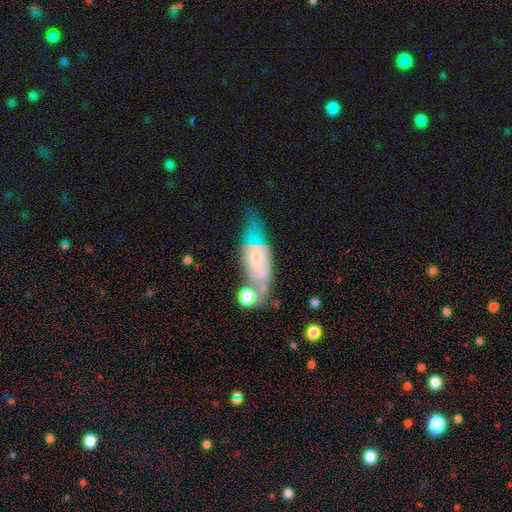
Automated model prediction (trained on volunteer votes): featured or disk 52%, smooth 39%, star or artifact 9%. Down the decision tree: edge-on disk — no (84%); merging — none (31%).